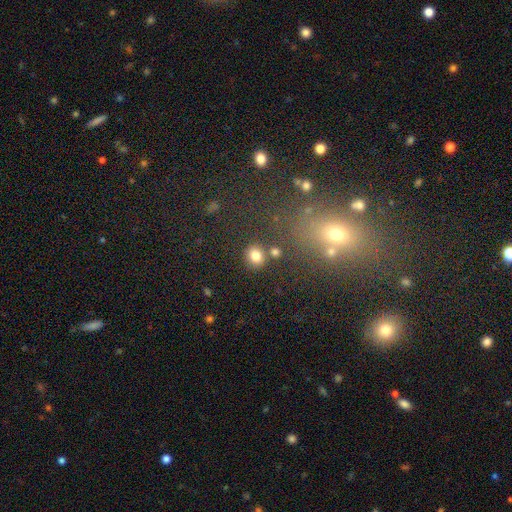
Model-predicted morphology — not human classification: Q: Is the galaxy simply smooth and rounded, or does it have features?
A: smooth — 80%.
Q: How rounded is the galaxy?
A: round — 73%.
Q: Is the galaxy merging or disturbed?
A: none — 78%.